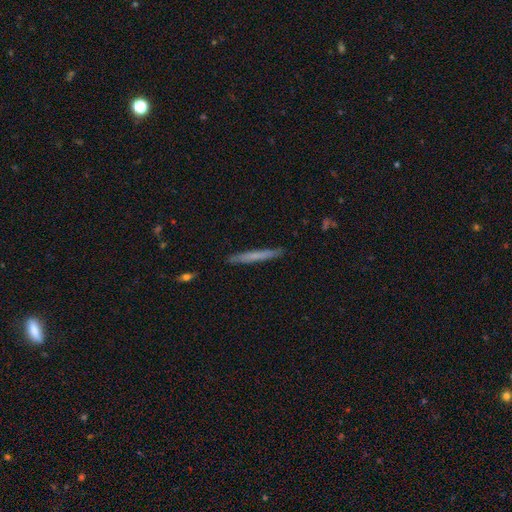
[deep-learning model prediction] A smooth galaxy with no disk features (60%) that is cigar-shaped (96%). Merging: none (91%).